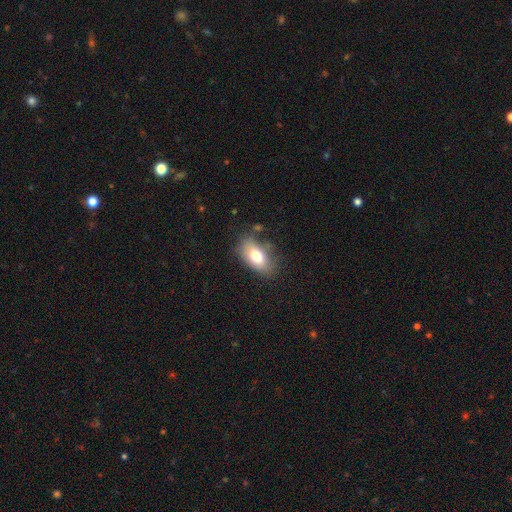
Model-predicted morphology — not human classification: The model was most divided on "merging": none: 68%, minor disturbance: 22%, major disturbance: 7%, merger: 4%. More confident: how rounded — in between (91%); smooth or featured — smooth (76%).